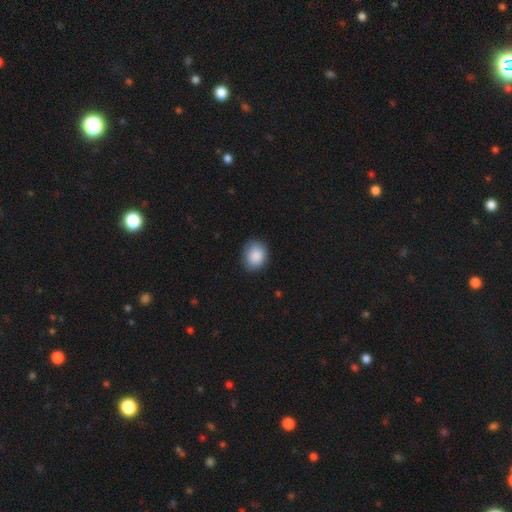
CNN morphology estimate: This is clearly a smooth galaxy (88%). How rounded: possibly round (55%). Merging: clearly none (83%).